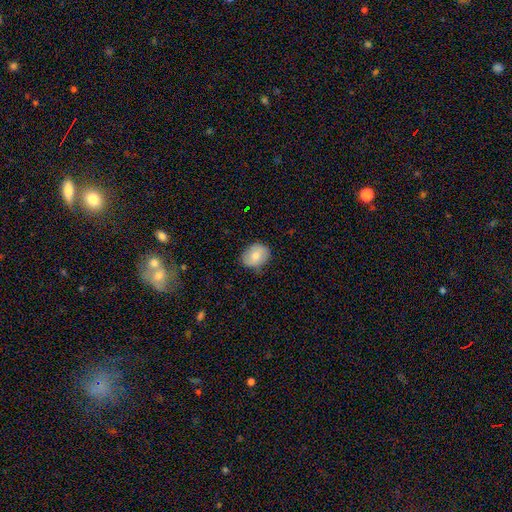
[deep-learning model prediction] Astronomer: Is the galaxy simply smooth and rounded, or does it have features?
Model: smooth — 75%.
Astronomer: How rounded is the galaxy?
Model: in between — 53% (runner-up: round, 46%).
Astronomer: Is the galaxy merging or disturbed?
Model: none — 81%.